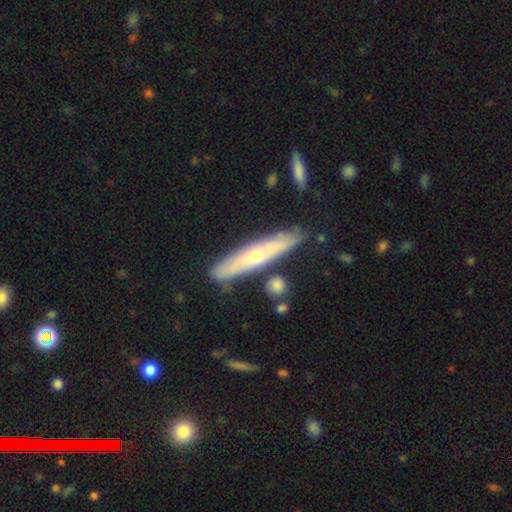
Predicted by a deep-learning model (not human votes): A featured or disk galaxy (52%) viewed edge-on (77%). Merging: none (82%).